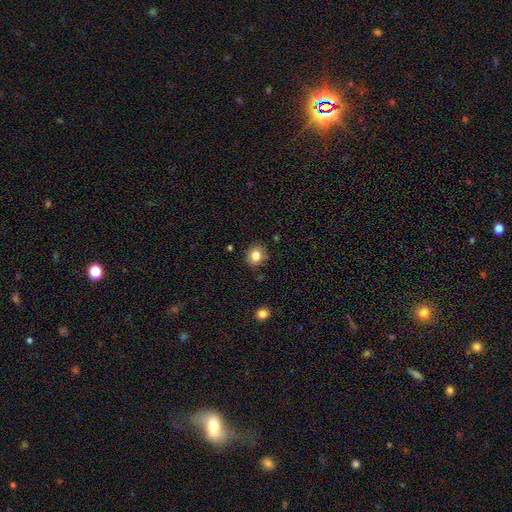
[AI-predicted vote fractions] The model was most divided on "how rounded": round: 74%, in between: 25%, cigar-shaped: 1%. More confident: merging — none (87%); smooth or featured — smooth (82%).